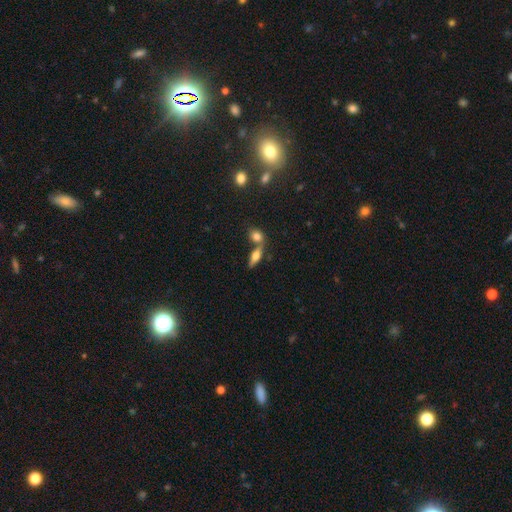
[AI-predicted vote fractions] smooth_or_featured: smooth (p=0.51) [alt: featured or disk p=0.40]
how_rounded: in between (p=0.51) [alt: cigar-shaped p=0.42]
merging: none (p=0.56) [alt: merger p=0.32]